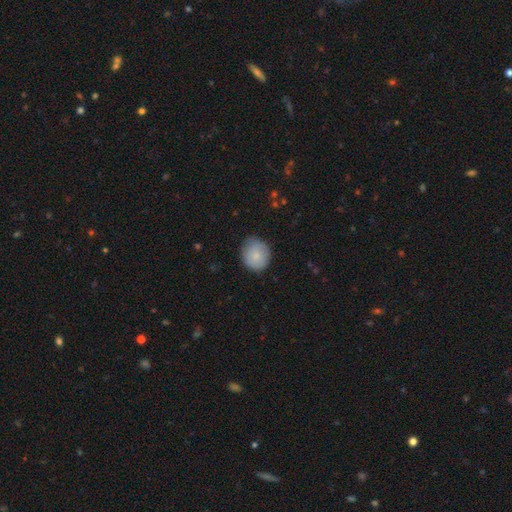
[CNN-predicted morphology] Smooth or featured? Predicted: smooth (p=0.84). How rounded? Predicted: round (p=0.77). Merging? Predicted: none (p=0.77).